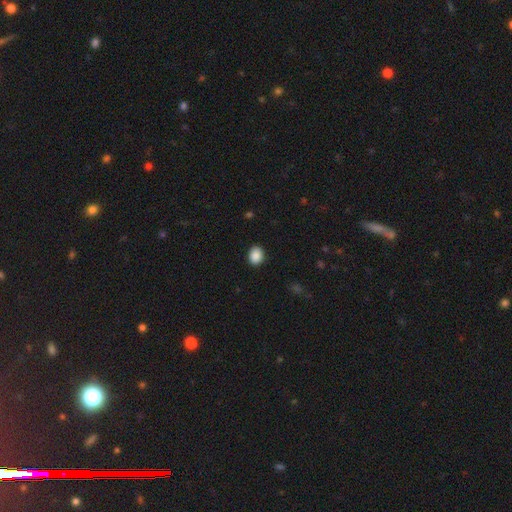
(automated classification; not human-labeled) Q: Smooth or featured?
A: smooth (89%); runner-up: star or artifact (8%)
Q: How rounded?
A: in between (50%); runner-up: round (49%)
Q: Merging?
A: none (89%); runner-up: minor disturbance (8%)